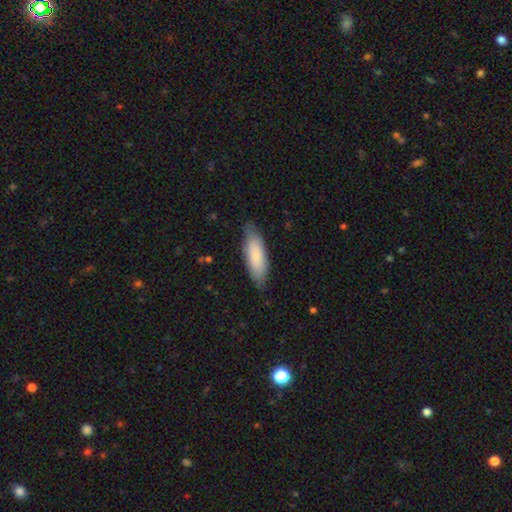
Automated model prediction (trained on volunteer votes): The model was most divided on "how rounded": in between: 60%, cigar-shaped: 39%, round: 1%. More confident: smooth or featured — smooth (82%); merging — none (78%).